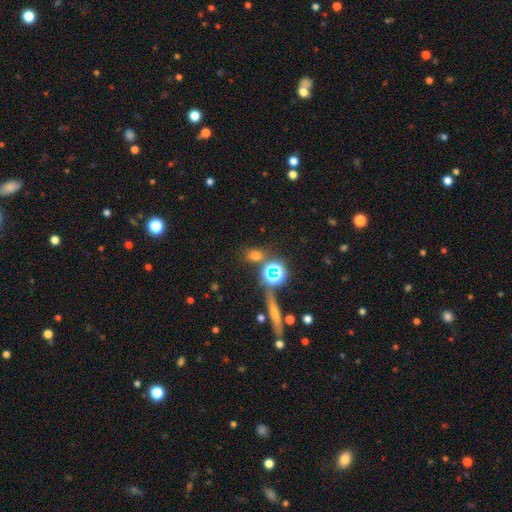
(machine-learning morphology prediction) Smooth or featured? Predicted: smooth (p=0.59). How rounded? Predicted: round (p=0.53). Merging? Predicted: none (p=0.76).